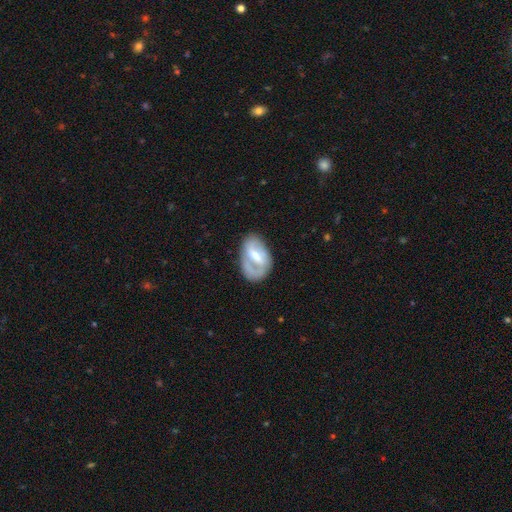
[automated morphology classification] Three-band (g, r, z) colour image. It shows a featured or disk galaxy (61%) with a weak bar (43%), spiral arms (59%) and a moderate central bulge (58%). Merging: none (61%).